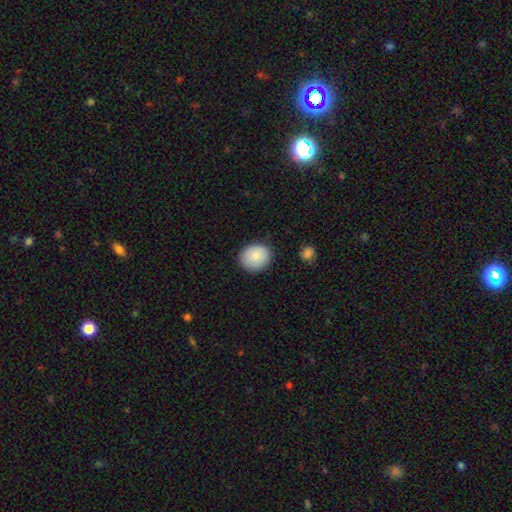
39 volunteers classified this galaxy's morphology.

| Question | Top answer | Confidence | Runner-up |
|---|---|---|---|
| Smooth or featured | smooth | 87% | featured or disk (8%) |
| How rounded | round | 91% | in between (9%) |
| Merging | none | 95% | minor disturbance (3%) |